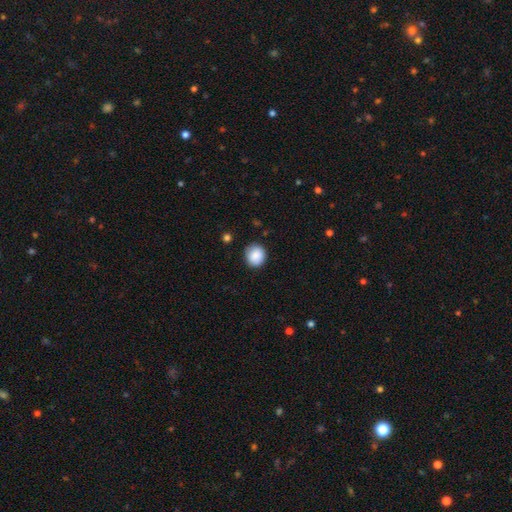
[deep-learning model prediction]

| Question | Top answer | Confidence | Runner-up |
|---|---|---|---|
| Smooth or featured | smooth | 88% | star or artifact (8%) |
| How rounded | round | 84% | in between (15%) |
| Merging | none | 86% | minor disturbance (11%) |